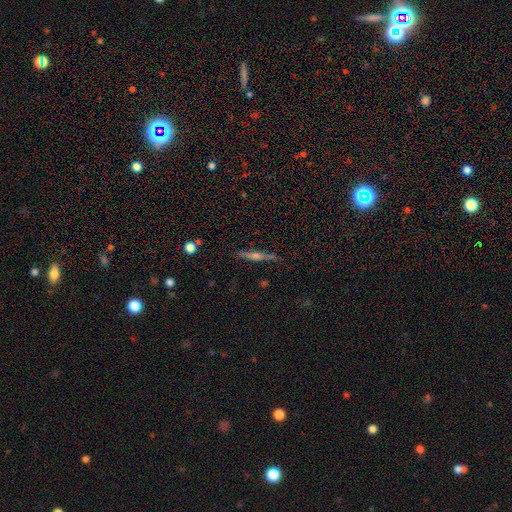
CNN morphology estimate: featured or disk 71%, smooth 21%, star or artifact 7%. Down the decision tree: edge-on disk — yes (97%); edge-on bulge — rounded (84%); merging — none (88%).